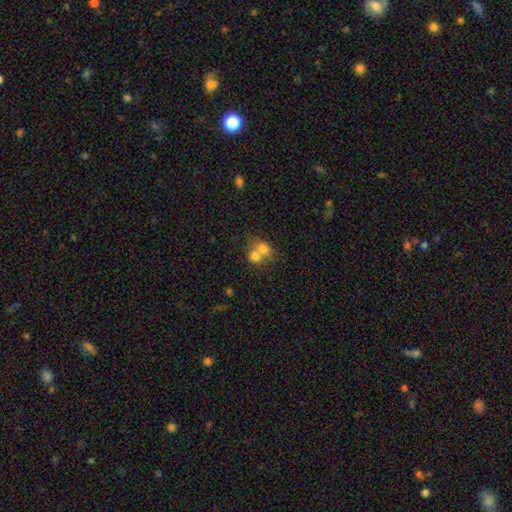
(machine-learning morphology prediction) smooth-or-featured: smooth: 71% | featured or disk: 18% | star or artifact: 10%
  how-rounded: round: 64% | in between: 35% | cigar-shaped: 1%
  merging: merger: 70% | none: 21% | minor disturbance: 5% | major disturbance: 3%